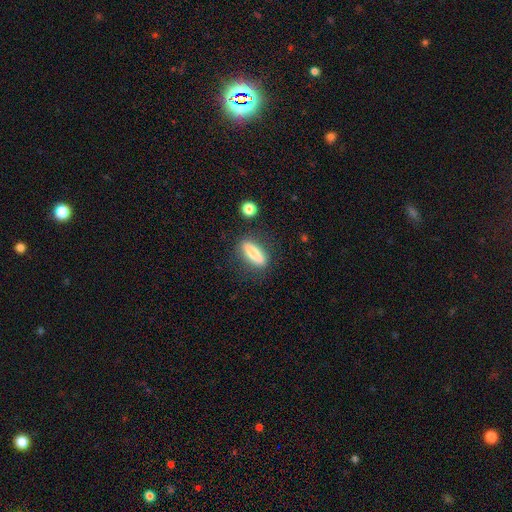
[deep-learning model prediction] smooth-or-featured: smooth: 70% | featured or disk: 24% | star or artifact: 7%
  how-rounded: cigar-shaped: 56% | in between: 41% | round: 3%
  merging: none: 82% | minor disturbance: 11% | major disturbance: 4% | merger: 3%